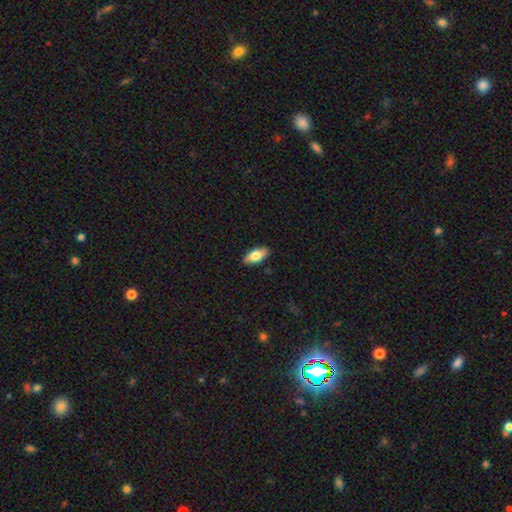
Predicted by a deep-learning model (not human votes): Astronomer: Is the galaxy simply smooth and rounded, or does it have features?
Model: smooth — 76%.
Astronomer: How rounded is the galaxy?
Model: in between — 87%.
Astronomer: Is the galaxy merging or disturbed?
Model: none — 89%.